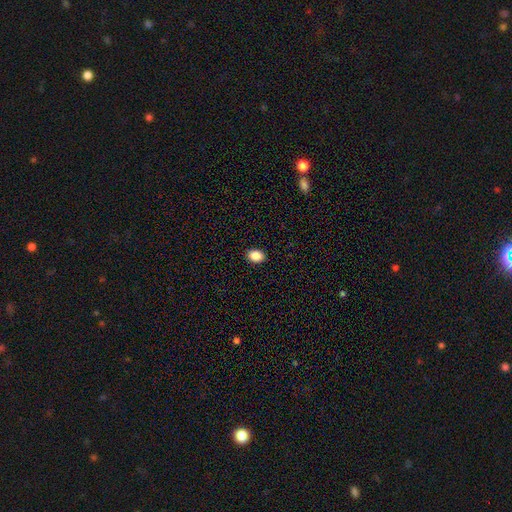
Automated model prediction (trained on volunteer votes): Smooth or featured? Predicted: smooth (p=0.87). How rounded? Predicted: in between (p=0.73). Merging? Predicted: none (p=0.91).